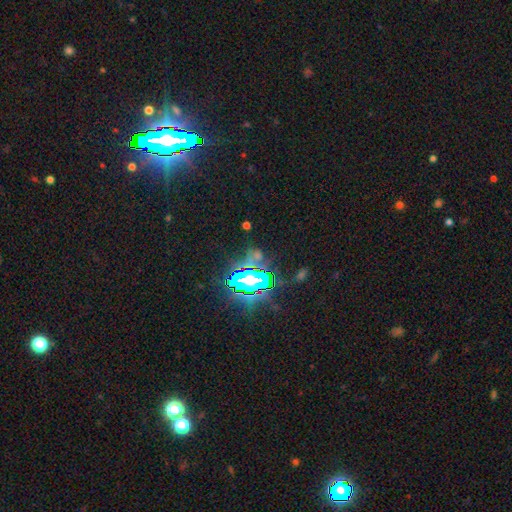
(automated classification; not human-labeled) This is likely a star or artifact rather than a galaxy (78%).